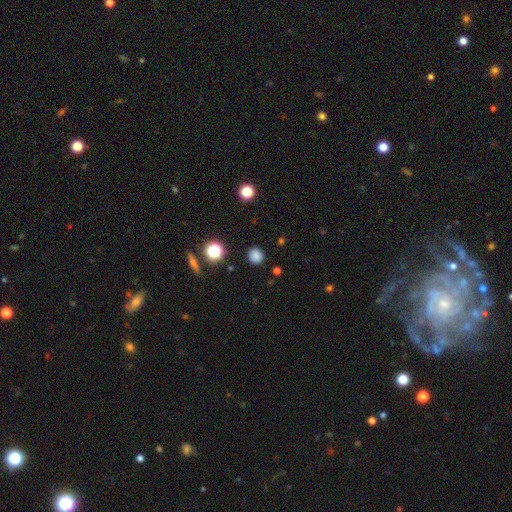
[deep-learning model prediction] Smooth or featured? smooth (80%)
How rounded? round (88%)
Merging? none (88%)